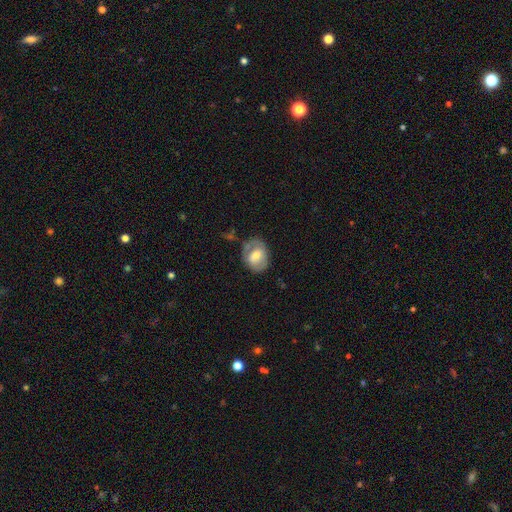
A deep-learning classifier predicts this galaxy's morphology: This appears to be a smooth galaxy with no disk features (51%) that is in between round and cigar-shaped (63%). Merging: none (58%).